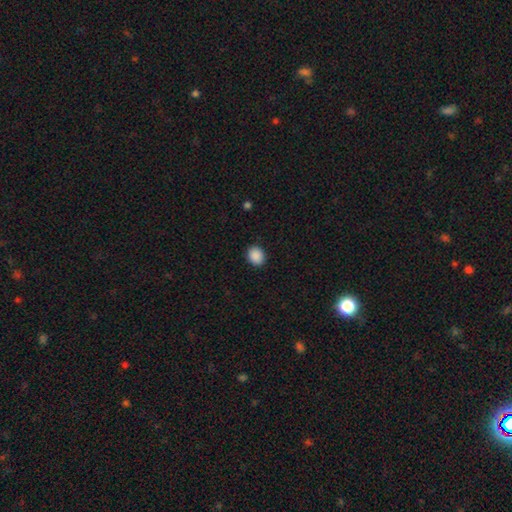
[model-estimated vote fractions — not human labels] smooth-or-featured: smooth: 89% | star or artifact: 8% | featured or disk: 2%
  how-rounded: round: 67% | in between: 33% | cigar-shaped: 1%
  merging: none: 90% | minor disturbance: 7% | major disturbance: 2% | merger: 1%